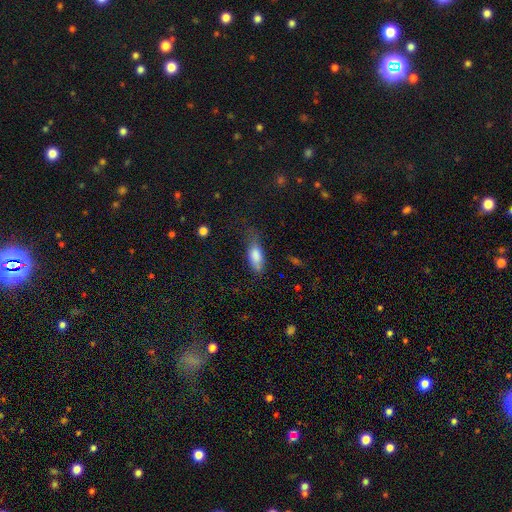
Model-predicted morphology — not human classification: Smooth or featured?
  - smooth: 80% *
  - featured or disk: 12%
  - star or artifact: 8%
How rounded?
  - in between: 80% *
  - cigar-shaped: 16%
  - round: 3%
Merging?
  - none: 40% *
  - minor disturbance: 36%
  - major disturbance: 20%
  - merger: 4%